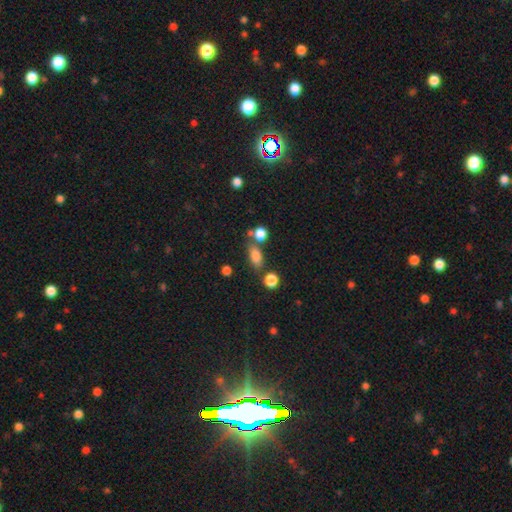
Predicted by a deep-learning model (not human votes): The model was most divided on "merging": none: 65%, merger: 15%, minor disturbance: 15%, major disturbance: 6%. More confident: smooth or featured — smooth (80%); how rounded — in between (78%).